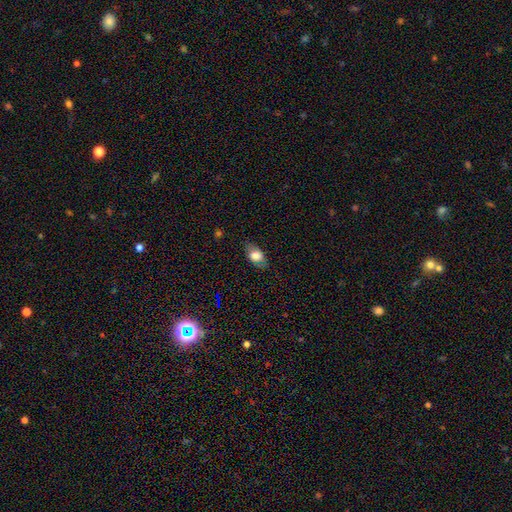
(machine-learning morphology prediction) A smooth galaxy with no disk features (70%) that is in between round and cigar-shaped (86%).

Vote fractions:
- Smooth or featured? smooth: 70% / featured or disk: 21% / star or artifact: 8%
- How rounded? in between: 86% / round: 11% / cigar-shaped: 3%
- Merging? none: 76% / minor disturbance: 17% / major disturbance: 5% / merger: 1%